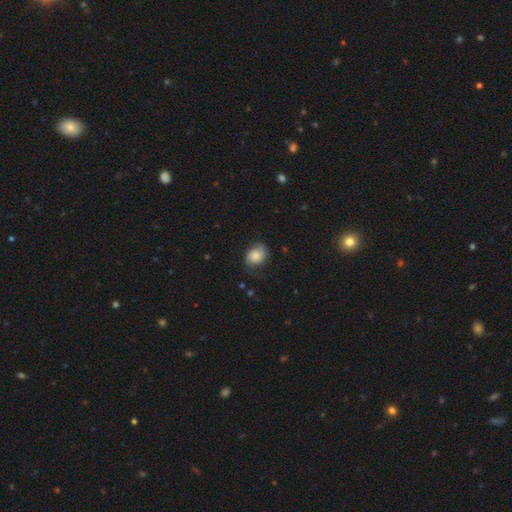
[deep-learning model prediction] This is likely a smooth galaxy (65%). How rounded: possibly in between (56%). Merging: likely none (61%).